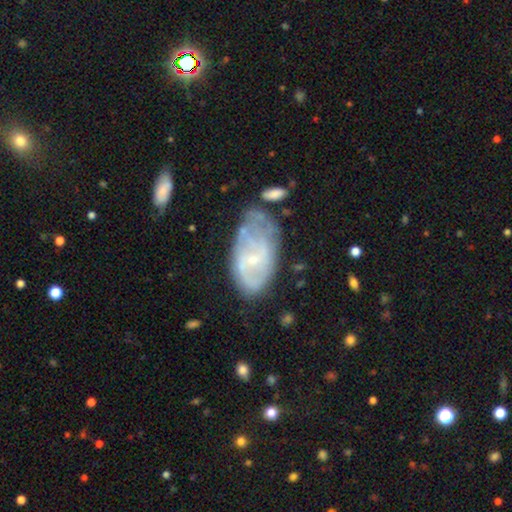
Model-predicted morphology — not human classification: A featured or disk galaxy (65%) with no bar (48%), spiral arms (66%) and a small central bulge (73%). Merging: none (44%).